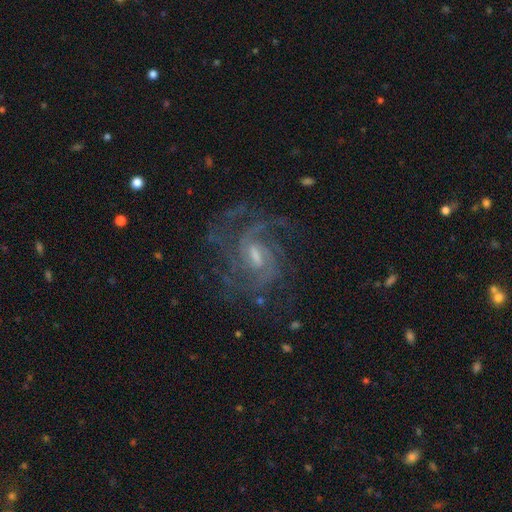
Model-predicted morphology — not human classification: Q: Smooth or featured?
A: featured or disk (89%); runner-up: star or artifact (6%)
Q: Edge-on disk?
A: no (98%); runner-up: yes (2%)
Q: Bar?
A: weak (61%); runner-up: strong (22%)
Q: Spiral arms?
A: yes (97%); runner-up: no (3%)
Q: Spiral winding?
A: medium (45%); runner-up: tight (44%)
Q: Spiral arm count?
A: 3 (27%); runner-up: 2 (21%)
Q: Bulge size?
A: small (44%); runner-up: moderate (40%)
Q: Merging?
A: none (66%); runner-up: minor disturbance (17%)